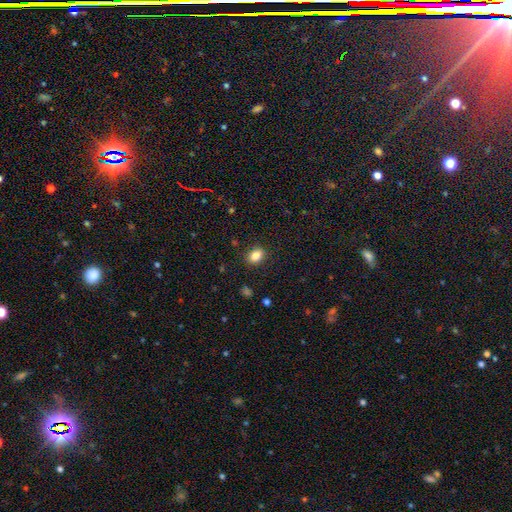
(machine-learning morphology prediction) smooth-or-featured: smooth: 85% | star or artifact: 10% | featured or disk: 5%
  how-rounded: in between: 65% | round: 34% | cigar-shaped: 1%
  merging: none: 87% | minor disturbance: 9% | major disturbance: 3% | merger: 1%